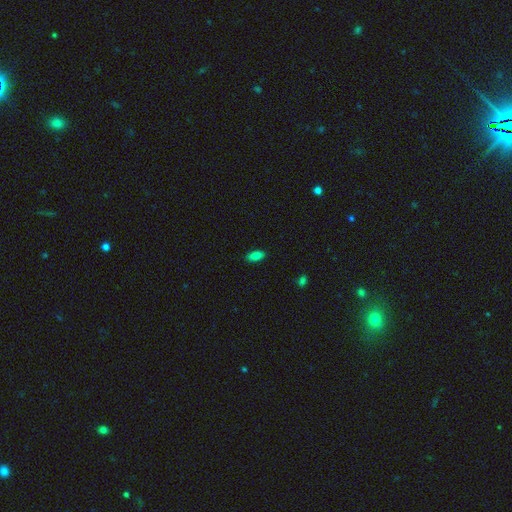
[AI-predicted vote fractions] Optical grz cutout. It shows a smooth galaxy with no disk features (83%) that is in between round and cigar-shaped (87%). Merging: none (88%).